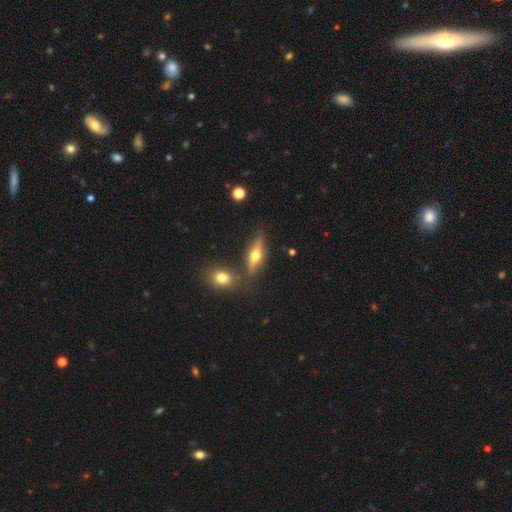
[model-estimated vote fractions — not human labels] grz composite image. It shows a featured or disk galaxy (51%) viewed edge-on (86%). Merging: none (75%).